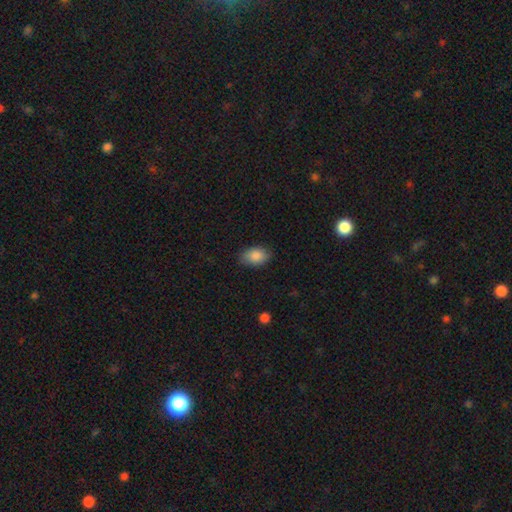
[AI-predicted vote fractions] This appears to be a smooth galaxy with no disk features (88%) that is in between round and cigar-shaped (86%). Merging: none (83%).